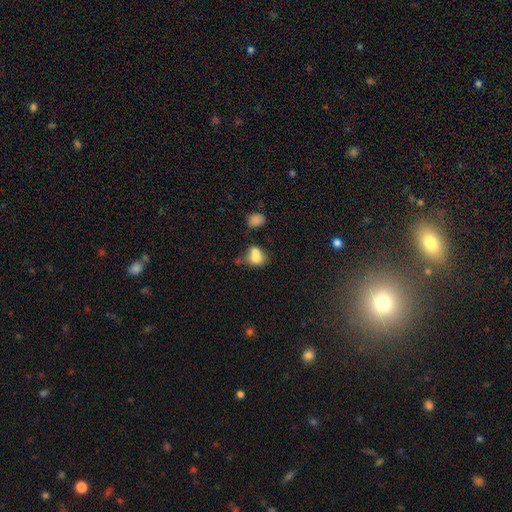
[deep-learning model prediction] Smooth or featured? Predicted: smooth (p=0.72). How rounded? Predicted: in between (p=0.59). Merging? Predicted: merger (p=0.49).